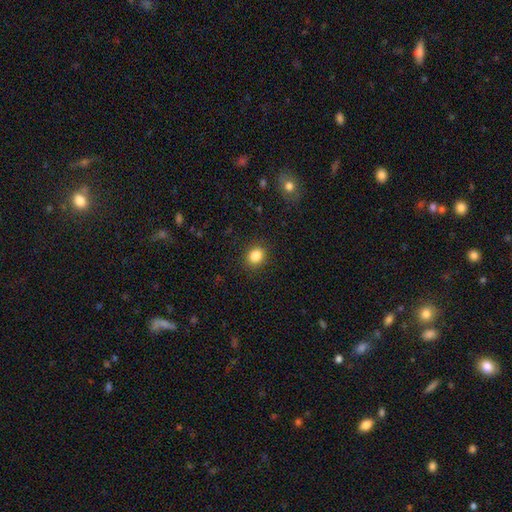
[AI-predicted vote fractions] Morphology: type=smooth (85%); roundness=round (62%); merging=none (88%).